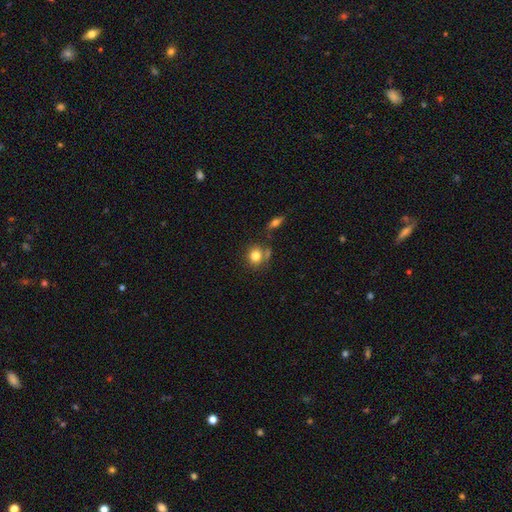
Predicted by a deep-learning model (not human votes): A smooth galaxy with no disk features (81%) that is round (78%). Merging: none (64%).